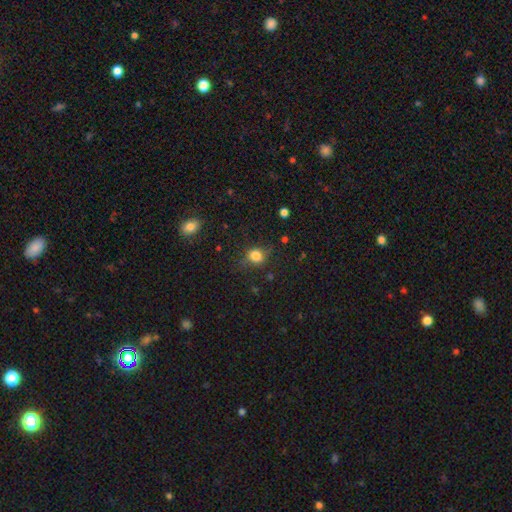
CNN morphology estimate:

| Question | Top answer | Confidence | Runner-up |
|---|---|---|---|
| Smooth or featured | smooth | 78% | star or artifact (13%) |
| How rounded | round | 68% | in between (30%) |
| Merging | none | 69% | minor disturbance (21%) |